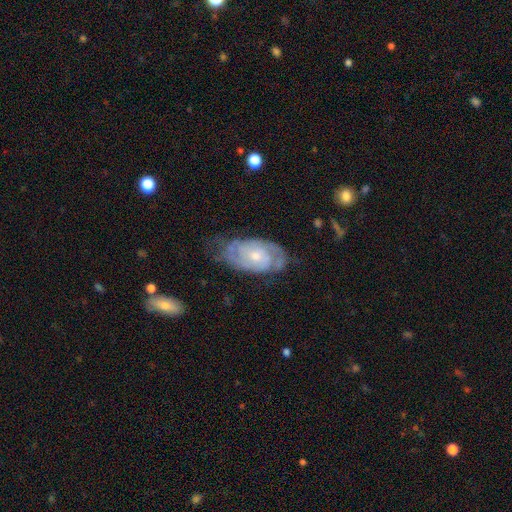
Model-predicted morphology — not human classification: This is clearly a featured or disk galaxy (85%). It is clearly not viewed edge-on (96%). Bar: likely no (68%). Spiral arm pattern: clearly yes (96%). Spiral arm count: possibly 2 (57%). Spiral winding: likely tight (67%). Central bulge: likely small (61%). Merging: likely none (66%).